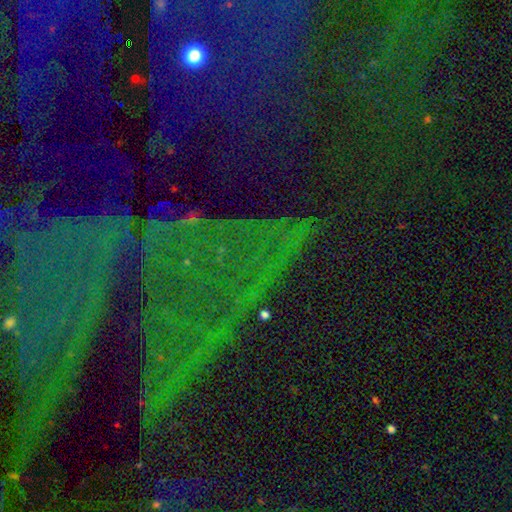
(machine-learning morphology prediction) This is clearly a star or artifact rather than a galaxy (80%).